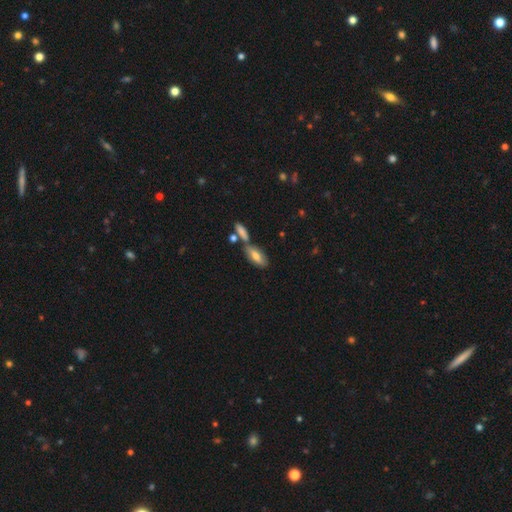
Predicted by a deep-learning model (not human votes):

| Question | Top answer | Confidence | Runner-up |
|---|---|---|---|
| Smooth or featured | smooth | 62% | featured or disk (30%) |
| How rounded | in between | 77% | cigar-shaped (20%) |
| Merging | none | 52% | merger (29%) |